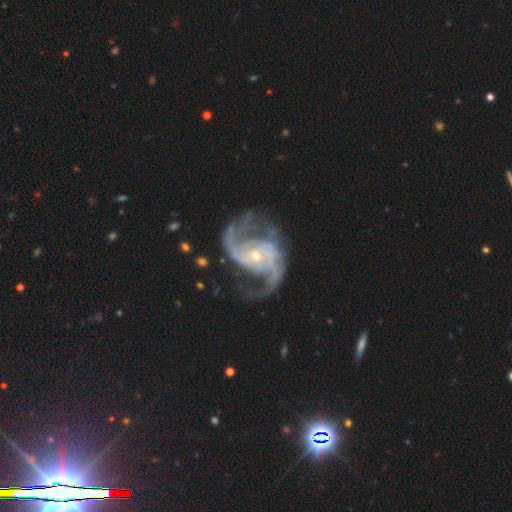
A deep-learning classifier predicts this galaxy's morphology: A featured or disk galaxy (92%) with no bar (57%), 2 (87%) medium (54%) spiral arms (98%) and a small central bulge (71%).

Vote fractions:
- Smooth or featured? featured or disk: 92% / star or artifact: 5% / smooth: 3%
- Edge-on disk? no: 98% / yes: 2%
- Bar? no: 57% / weak: 30% / strong: 13%
- Spiral arms? yes: 98% / no: 2%
- Spiral winding? medium: 54% / loose: 32% / tight: 14%
- Spiral arm count? 2: 87% / 3: 4% / can't tell: 3% / 1: 2% / 4: 2% / more than 4: 2%
- Bulge size? small: 71% / moderate: 25% / large: 2% / none: 1% / dominant: 1%
- Merging? none: 68% / minor disturbance: 16% / major disturbance: 14% / merger: 2%